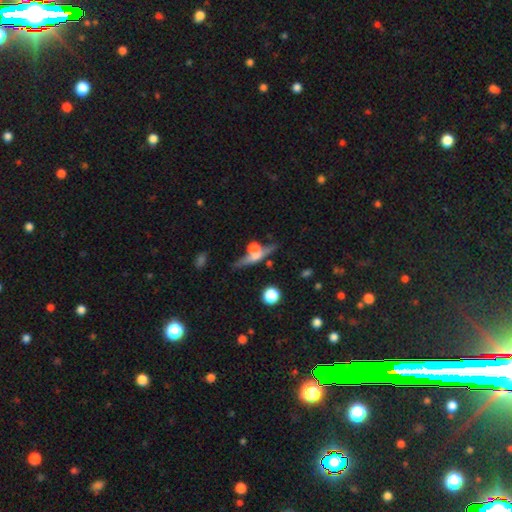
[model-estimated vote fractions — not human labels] Smooth or featured? featured or disk (57%)
Edge-on disk? yes (86%)
Merging? none (58%)